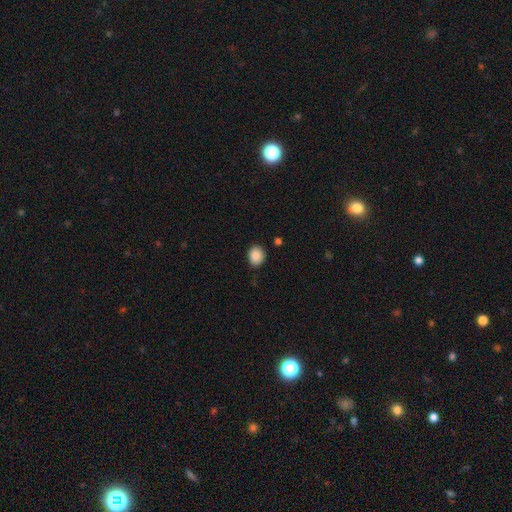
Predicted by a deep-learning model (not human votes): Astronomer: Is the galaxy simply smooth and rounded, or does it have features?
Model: smooth — 89%.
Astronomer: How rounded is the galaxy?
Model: round — 57% (runner-up: in between, 42%).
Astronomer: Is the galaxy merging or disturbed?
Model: none — 85%.